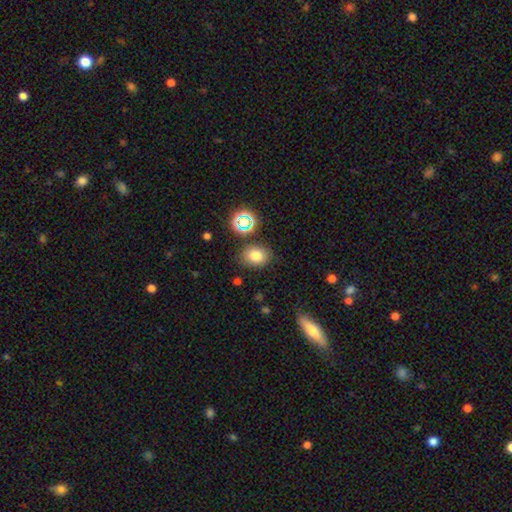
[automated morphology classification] Smooth or featured: smooth — 75% (star or artifact — 15%)
How rounded: in between — 61% (round — 38%)
Merging: none — 80% (minor disturbance — 12%)